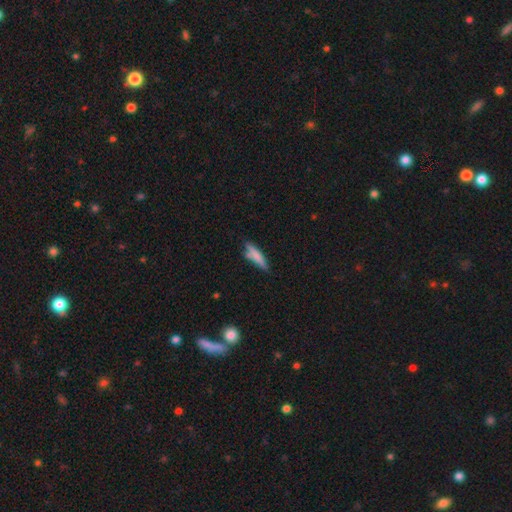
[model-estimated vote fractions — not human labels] Smooth or featured: smooth — 69% (featured or disk — 23%)
How rounded: cigar-shaped — 74% (in between — 24%)
Merging: none — 62% (minor disturbance — 23%)